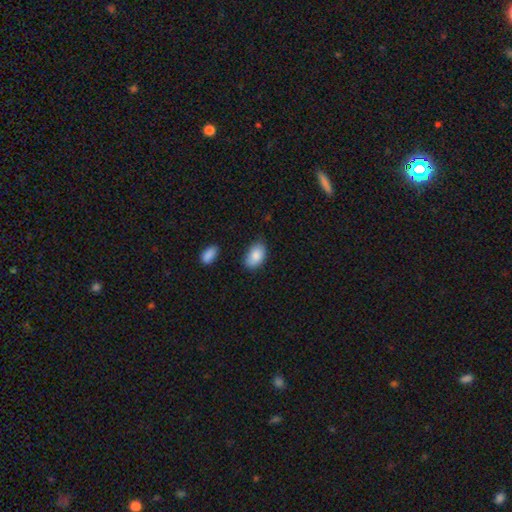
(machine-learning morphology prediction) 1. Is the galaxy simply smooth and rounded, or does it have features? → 86% smooth, 7% featured or disk, 7% star or artifact.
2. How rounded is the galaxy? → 91% in between, 7% round, 1% cigar-shaped.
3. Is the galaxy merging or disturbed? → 70% none, 23% minor disturbance, 4% major disturbance, 3% merger.